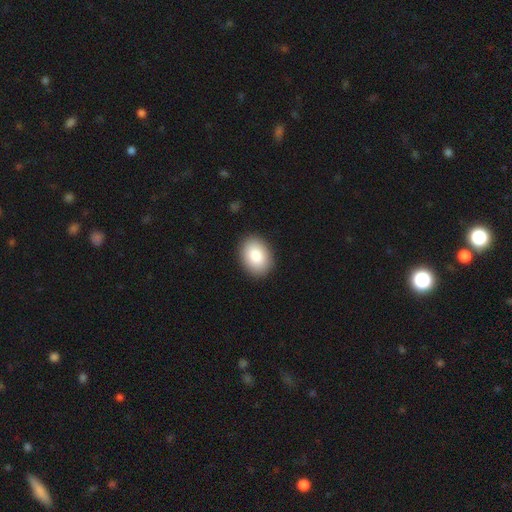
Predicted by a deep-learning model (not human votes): Smooth or featured: smooth — 88% (star or artifact — 6%)
How rounded: in between — 80% (round — 19%)
Merging: none — 90% (minor disturbance — 8%)